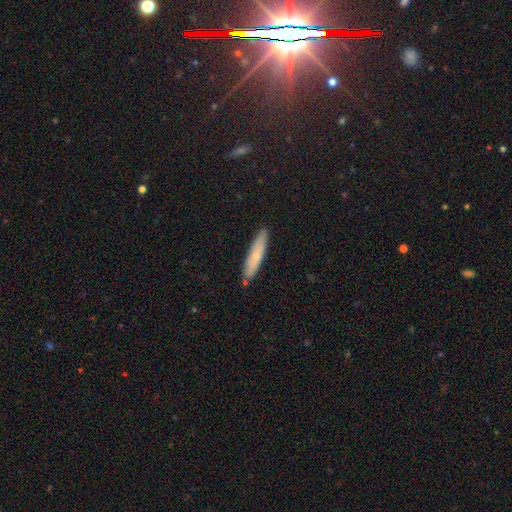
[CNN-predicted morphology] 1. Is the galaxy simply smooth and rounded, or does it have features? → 66% smooth, 27% featured or disk, 6% star or artifact.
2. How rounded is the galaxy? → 88% cigar-shaped, 11% in between, 1% round.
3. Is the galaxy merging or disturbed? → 85% none, 11% minor disturbance, 2% merger, 2% major disturbance.